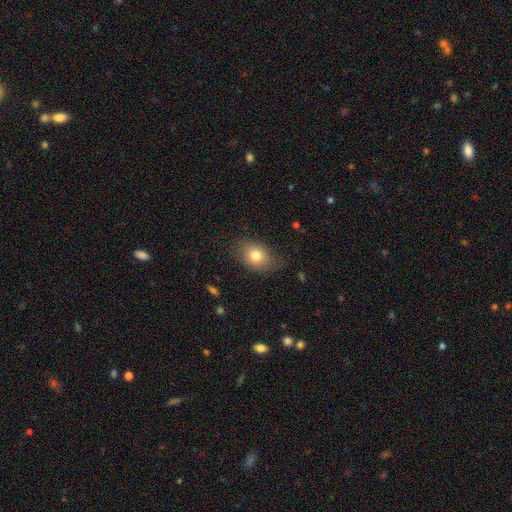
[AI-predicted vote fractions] Q: Smooth or featured?
A: smooth (79%); runner-up: featured or disk (12%)
Q: How rounded?
A: in between (70%); runner-up: round (29%)
Q: Merging?
A: none (73%); runner-up: minor disturbance (20%)